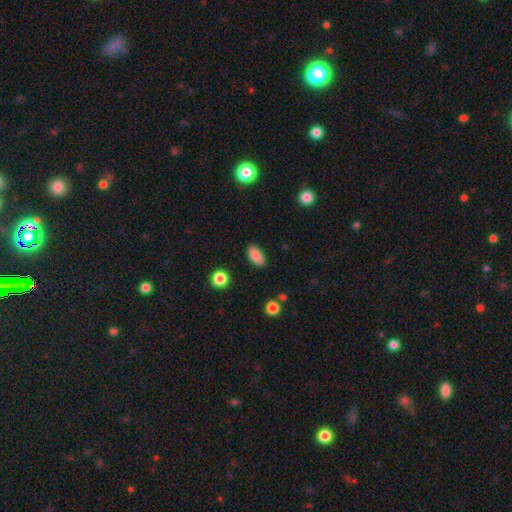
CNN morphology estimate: type=smooth (87%); roundness=in between (91%); merging=none (88%).